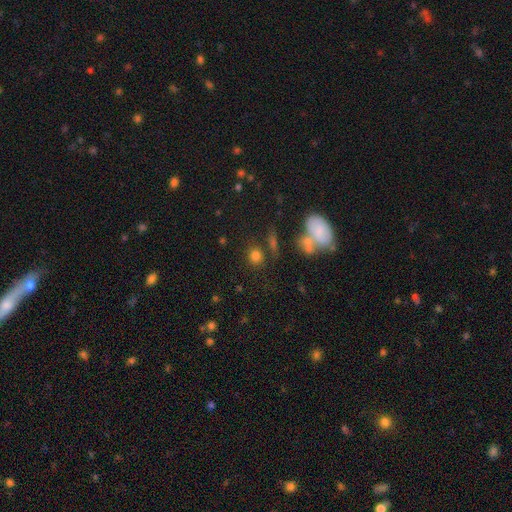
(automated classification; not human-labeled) Smooth or featured? Predicted: smooth (p=0.76). How rounded? Predicted: round (p=0.76). Merging? Predicted: none (p=0.74).